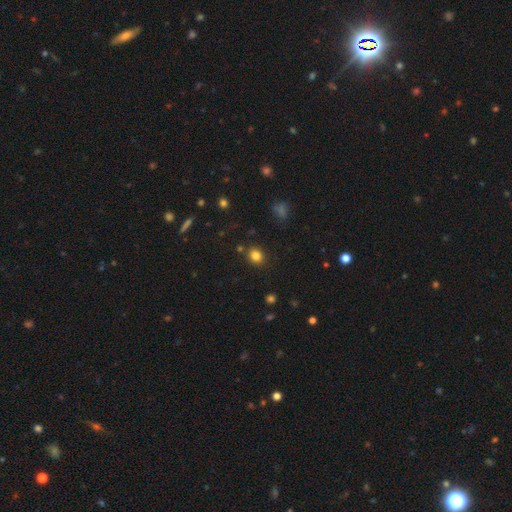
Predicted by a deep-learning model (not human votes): Smooth or featured: smooth — 82% (star or artifact — 12%)
How rounded: round — 67% (in between — 32%)
Merging: none — 84% (minor disturbance — 10%)